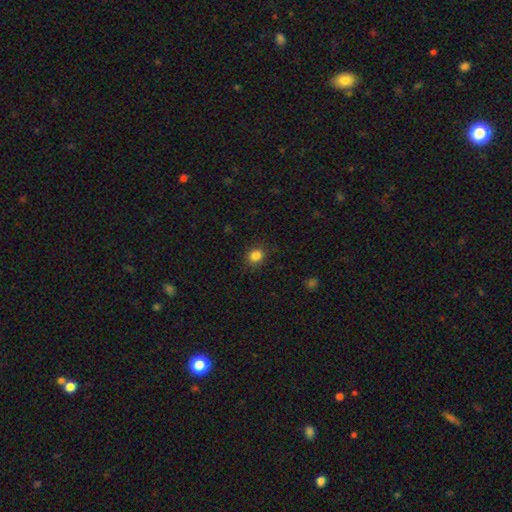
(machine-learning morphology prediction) Smooth or featured: smooth — 84% (star or artifact — 12%)
How rounded: round — 73% (in between — 26%)
Merging: none — 84% (minor disturbance — 12%)